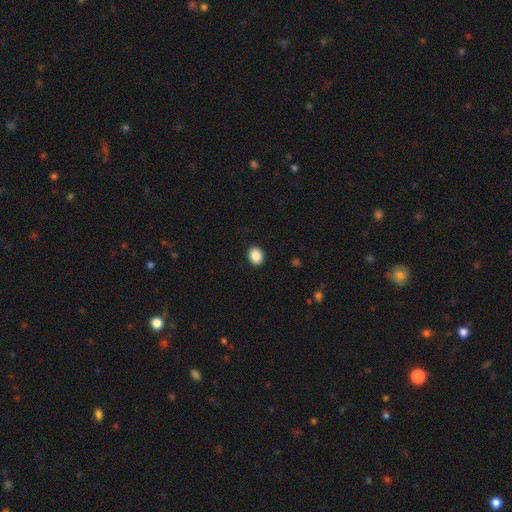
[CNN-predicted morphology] Q: Smooth or featured?
A: smooth (88%); runner-up: star or artifact (8%)
Q: How rounded?
A: in between (62%); runner-up: round (37%)
Q: Merging?
A: none (90%); runner-up: minor disturbance (7%)